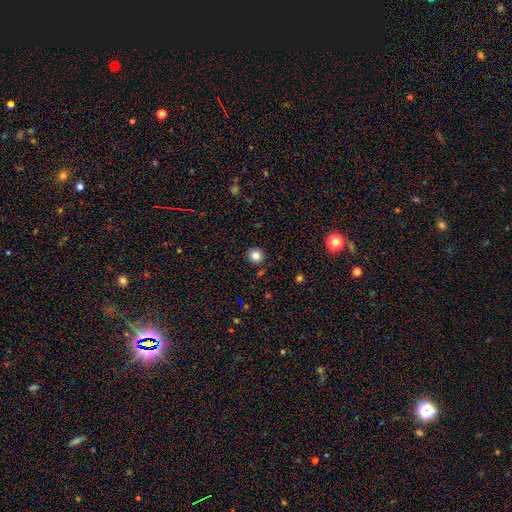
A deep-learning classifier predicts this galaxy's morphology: Smooth or featured? smooth (82%)
How rounded? round (90%)
Merging? none (90%)